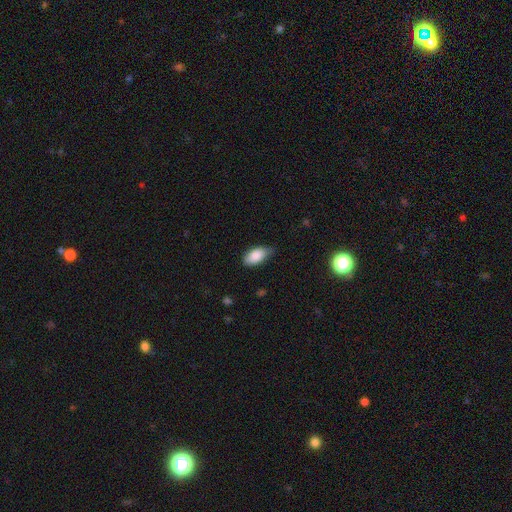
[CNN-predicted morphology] smooth_or_featured: smooth (p=0.86) [alt: featured or disk p=0.07]
how_rounded: in between (p=0.93) [alt: cigar-shaped p=0.04]
merging: none (p=0.62) [alt: minor disturbance p=0.32]